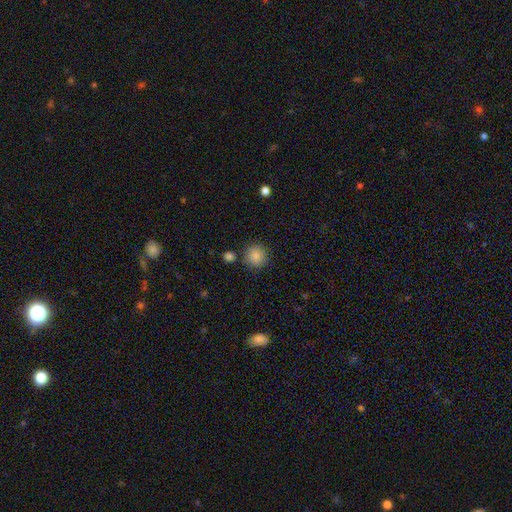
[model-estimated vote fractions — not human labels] Smooth or featured? Predicted: smooth (p=0.86). How rounded? Predicted: round (p=0.92). Merging? Predicted: none (p=0.83).